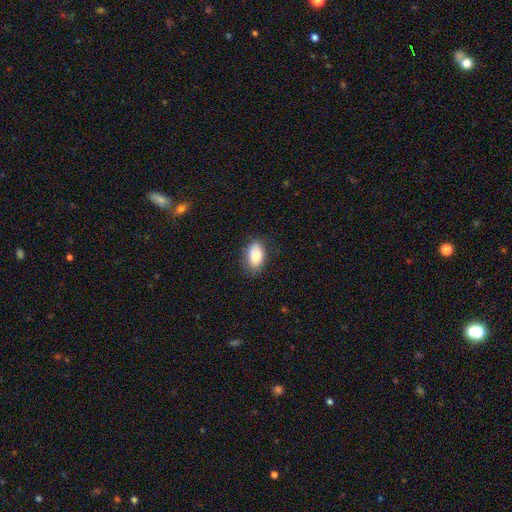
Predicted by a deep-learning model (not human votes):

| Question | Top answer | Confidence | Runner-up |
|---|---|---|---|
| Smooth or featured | smooth | 85% | featured or disk (8%) |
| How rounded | in between | 91% | round (7%) |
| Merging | none | 81% | minor disturbance (15%) |